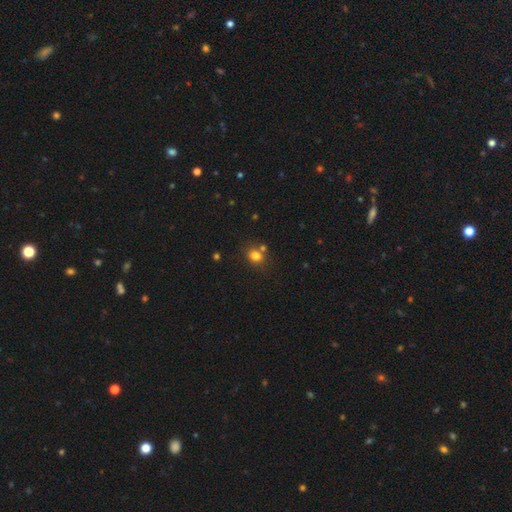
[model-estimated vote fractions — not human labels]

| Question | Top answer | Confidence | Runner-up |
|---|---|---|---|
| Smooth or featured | smooth | 79% | star or artifact (13%) |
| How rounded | round | 66% | in between (33%) |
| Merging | none | 67% | merger (17%) |